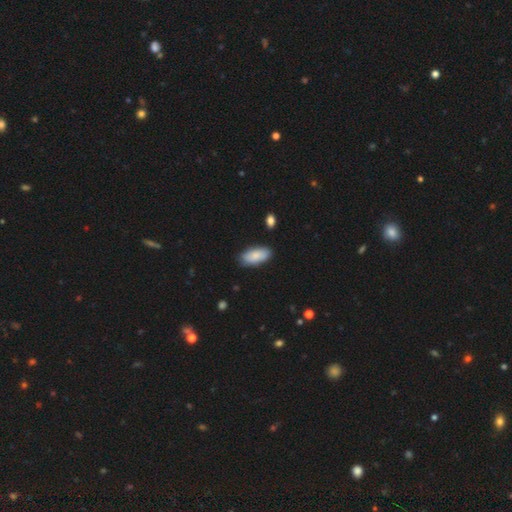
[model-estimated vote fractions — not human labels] Q: Smooth or featured?
A: smooth (85%); runner-up: featured or disk (10%)
Q: How rounded?
A: in between (90%); runner-up: cigar-shaped (8%)
Q: Merging?
A: none (82%); runner-up: minor disturbance (13%)